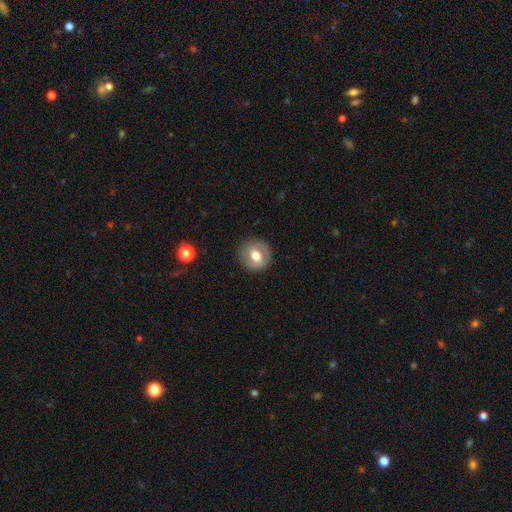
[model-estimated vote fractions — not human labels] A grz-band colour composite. It shows a smooth galaxy with no disk features (61%) that is round (87%). Merging: none (87%).